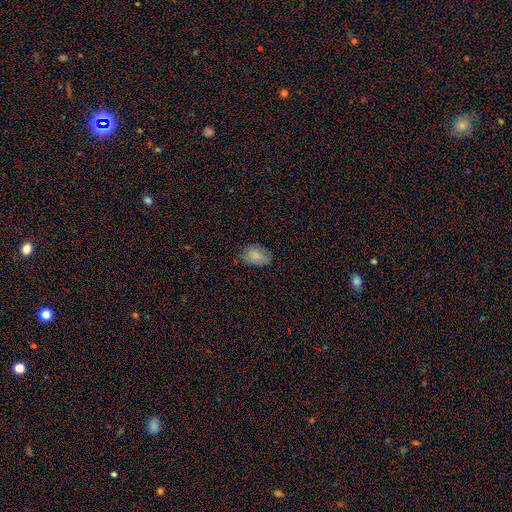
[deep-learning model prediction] Smooth or featured?
  - smooth: 78% *
  - featured or disk: 11%
  - star or artifact: 11%
How rounded?
  - in between: 89% *
  - round: 10%
  - cigar-shaped: 2%
Merging?
  - none: 71% *
  - minor disturbance: 23%
  - major disturbance: 5%
  - merger: 1%